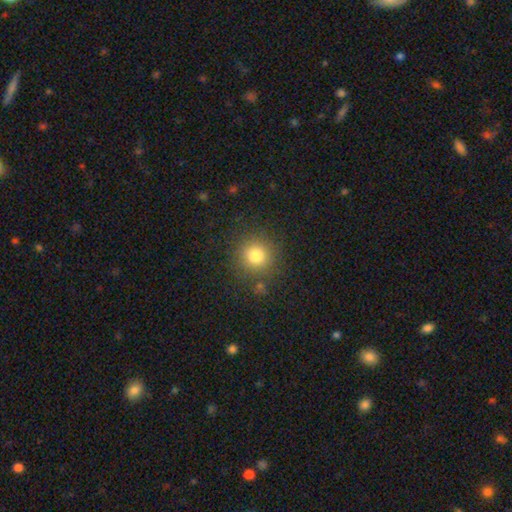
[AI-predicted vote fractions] Smooth or featured?
  - smooth: 79% *
  - star or artifact: 14%
  - featured or disk: 7%
How rounded?
  - round: 93% *
  - in between: 6%
  - cigar-shaped: 1%
Merging?
  - none: 87% *
  - minor disturbance: 8%
  - major disturbance: 3%
  - merger: 2%